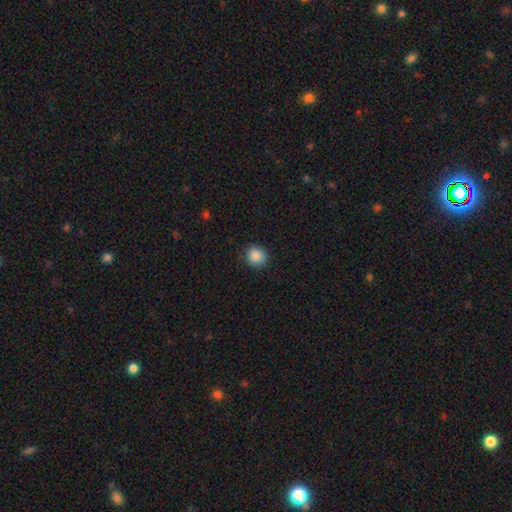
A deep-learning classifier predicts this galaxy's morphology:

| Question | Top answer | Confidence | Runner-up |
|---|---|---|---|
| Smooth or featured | smooth | 87% | star or artifact (9%) |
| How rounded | round | 82% | in between (17%) |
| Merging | none | 86% | minor disturbance (11%) |